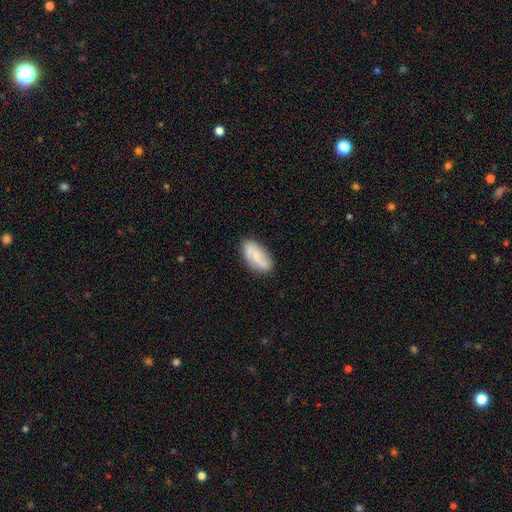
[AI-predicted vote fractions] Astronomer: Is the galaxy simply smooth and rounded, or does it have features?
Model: smooth — 51% (runner-up: featured or disk, 43%).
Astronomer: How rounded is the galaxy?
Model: in between — 89%.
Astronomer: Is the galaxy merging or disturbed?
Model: none — 80%.